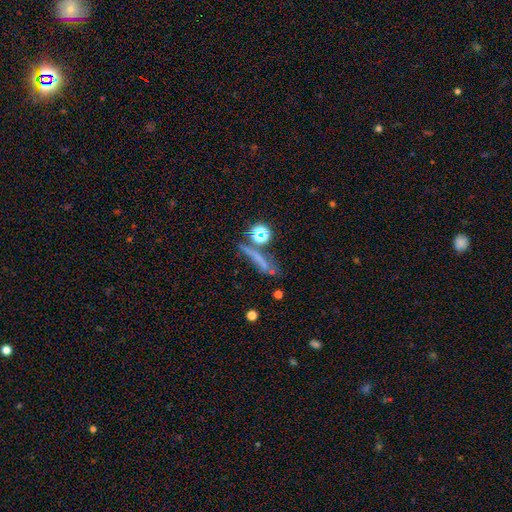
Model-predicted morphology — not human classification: Smooth or featured: smooth — 45% (star or artifact — 28%)
Merging: none — 52% (minor disturbance — 18%)